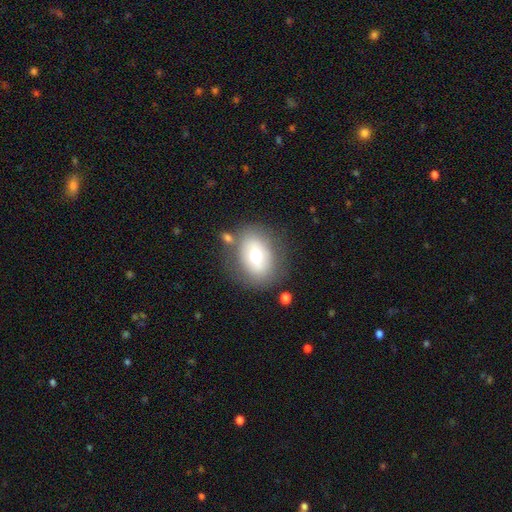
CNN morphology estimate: Smooth or featured?
  - smooth: 61% *
  - featured or disk: 30%
  - star or artifact: 9%
How rounded?
  - in between: 57% *
  - round: 42%
  - cigar-shaped: 1%
Merging?
  - none: 72% *
  - minor disturbance: 15%
  - major disturbance: 7%
  - merger: 6%